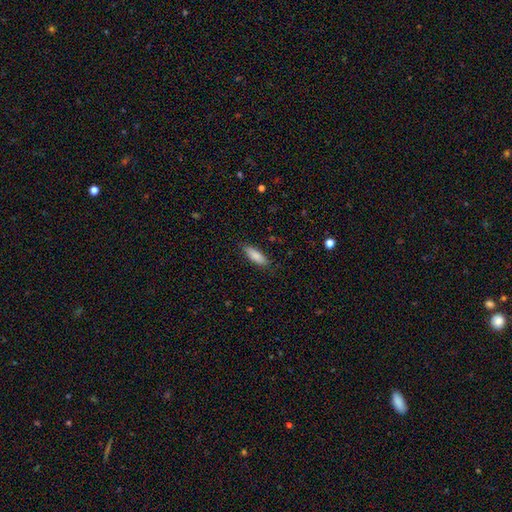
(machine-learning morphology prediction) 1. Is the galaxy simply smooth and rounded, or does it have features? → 85% smooth, 9% featured or disk, 6% star or artifact.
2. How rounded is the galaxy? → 59% in between, 39% cigar-shaped, 2% round.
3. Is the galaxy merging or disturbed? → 83% none, 13% minor disturbance, 3% major disturbance, 1% merger.